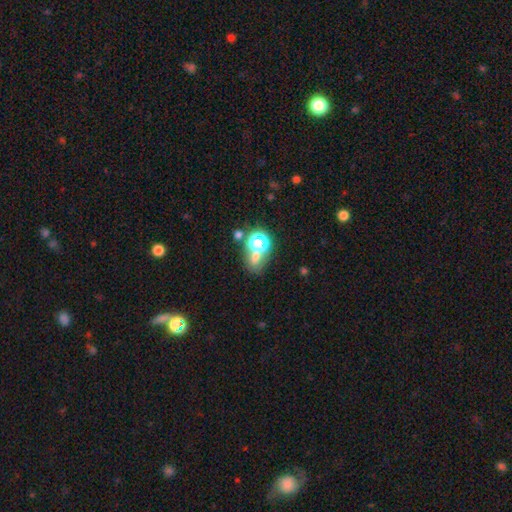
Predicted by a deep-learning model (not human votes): Morphology: type=smooth (51%); roundness=round (55%); merging=none (43%).